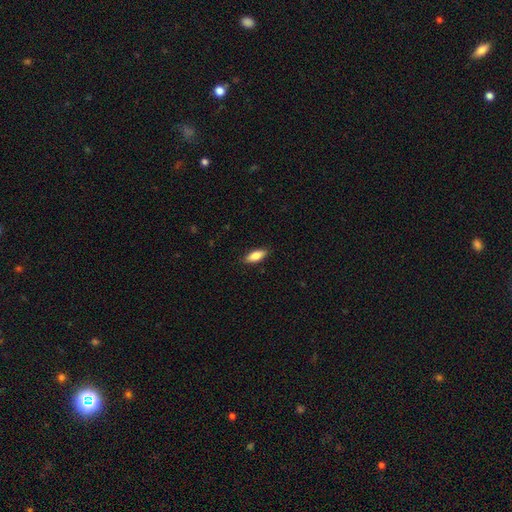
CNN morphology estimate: Smooth or featured? Predicted: smooth (p=0.81). How rounded? Predicted: in between (p=0.75). Merging? Predicted: none (p=0.87).